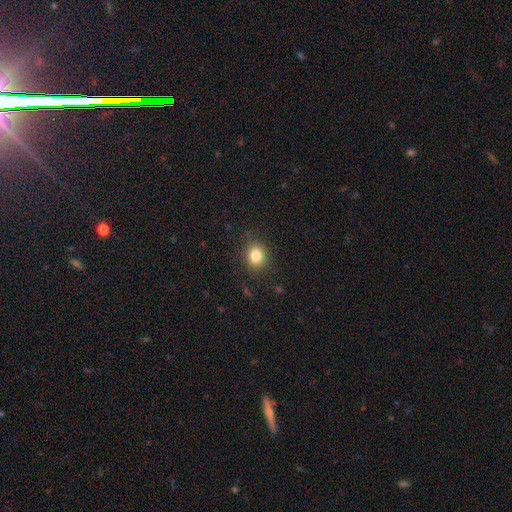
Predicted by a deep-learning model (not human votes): smooth-or-featured: smooth: 83% | star or artifact: 11% | featured or disk: 6%
  how-rounded: round: 66% | in between: 33% | cigar-shaped: 1%
  merging: none: 85% | minor disturbance: 10% | major disturbance: 3% | merger: 1%